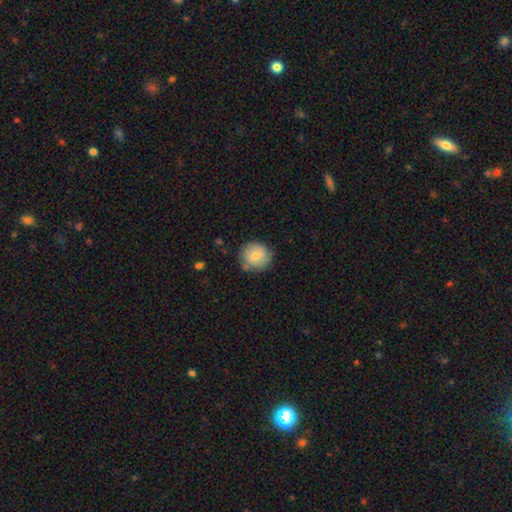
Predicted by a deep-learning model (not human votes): Q: Smooth or featured?
A: smooth (75%); runner-up: featured or disk (17%)
Q: How rounded?
A: round (92%); runner-up: in between (7%)
Q: Merging?
A: none (80%); runner-up: minor disturbance (14%)